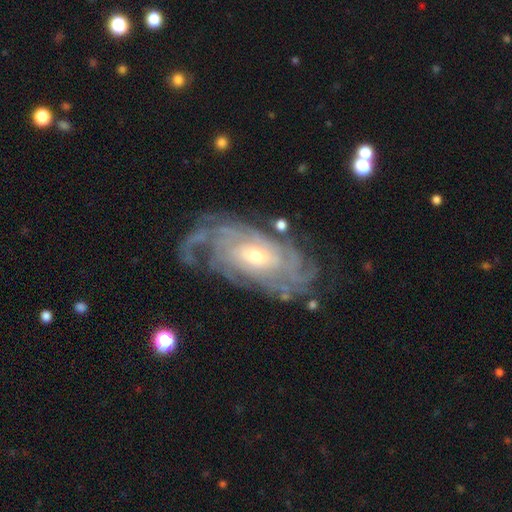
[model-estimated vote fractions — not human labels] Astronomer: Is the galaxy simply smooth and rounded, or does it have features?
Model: featured or disk — 88%.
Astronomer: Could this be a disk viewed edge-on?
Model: no — 94%.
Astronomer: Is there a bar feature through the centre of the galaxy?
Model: no — 63%.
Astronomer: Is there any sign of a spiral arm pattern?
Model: yes — 96%.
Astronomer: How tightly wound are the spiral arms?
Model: tight — 69%.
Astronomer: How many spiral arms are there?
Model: can't tell — 30% (runner-up: 4, 23%).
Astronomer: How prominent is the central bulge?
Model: small — 61%.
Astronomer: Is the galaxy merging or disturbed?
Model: none — 68%.